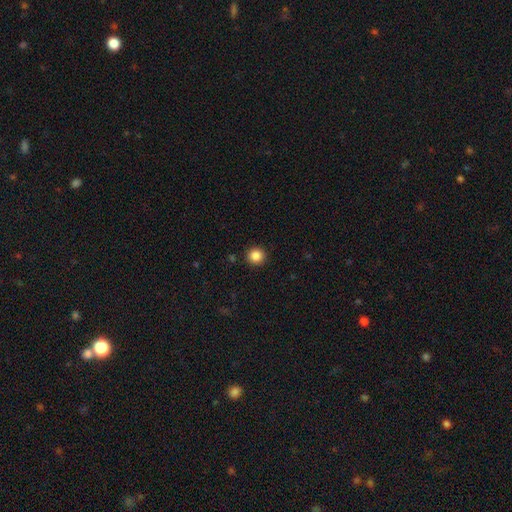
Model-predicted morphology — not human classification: smooth_or_featured: smooth (p=0.86) [alt: star or artifact p=0.10]
how_rounded: round (p=0.93) [alt: in between p=0.06]
merging: none (p=0.92) [alt: minor disturbance p=0.05]